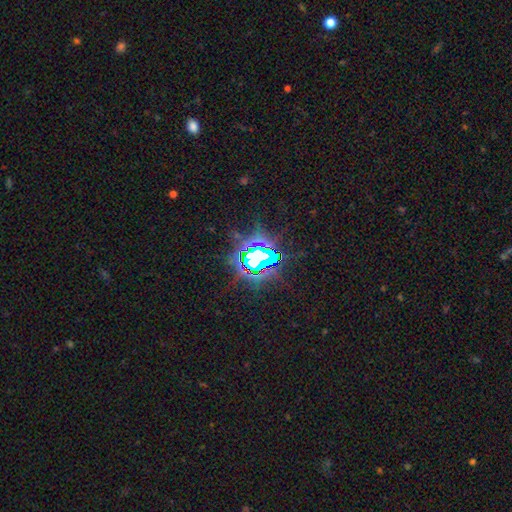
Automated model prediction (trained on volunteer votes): Smooth or featured? Predicted: star or artifact (p=0.83).